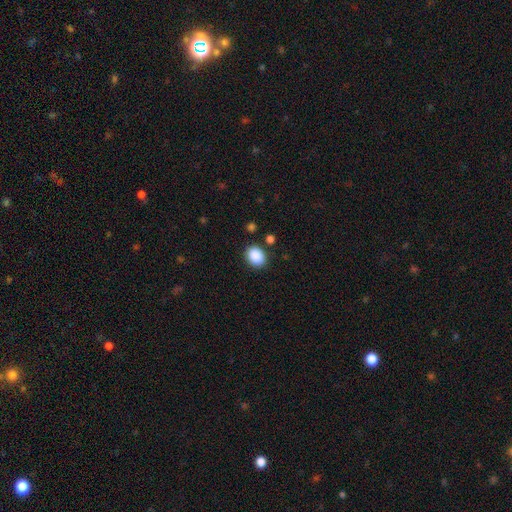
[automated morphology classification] This is clearly a smooth galaxy (89%). How rounded: possibly in between (54%). Merging: clearly none (85%).